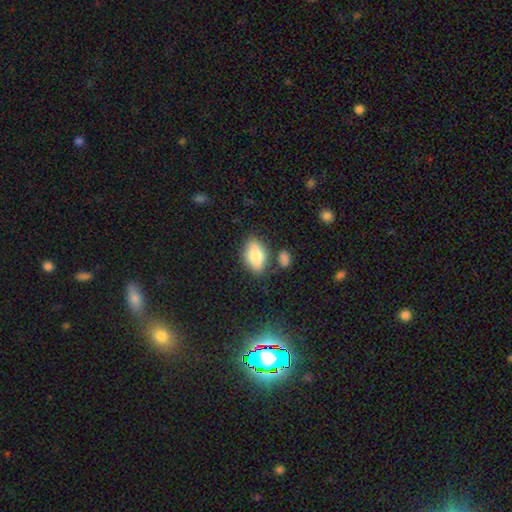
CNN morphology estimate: Q: Smooth or featured?
A: smooth (77%); runner-up: featured or disk (16%)
Q: How rounded?
A: in between (87%); runner-up: round (9%)
Q: Merging?
A: none (72%); runner-up: minor disturbance (16%)